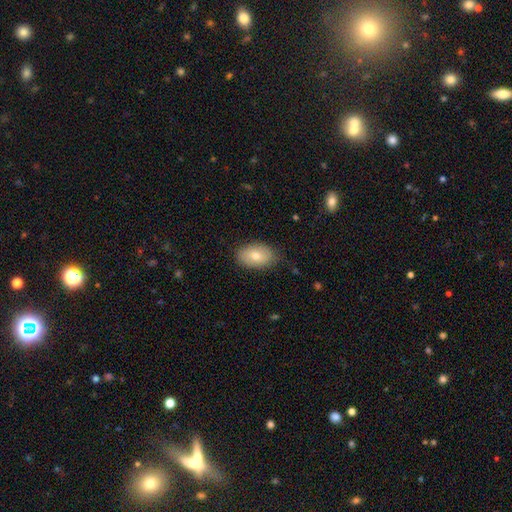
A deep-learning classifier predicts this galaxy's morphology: Smooth or featured? smooth (74%)
How rounded? in between (91%)
Merging? none (82%)